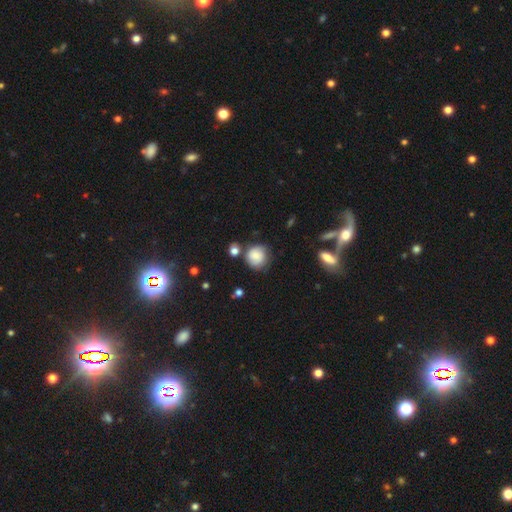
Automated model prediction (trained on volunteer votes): smooth 74%, featured or disk 16%, star or artifact 10%. Down the decision tree: how rounded — round (84%); merging — none (61%).